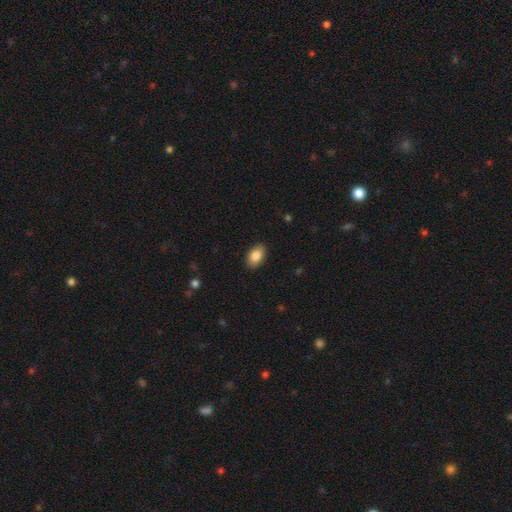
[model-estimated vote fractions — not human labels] This is clearly a smooth galaxy (85%). How rounded: clearly in between (89%). Merging: clearly none (88%).